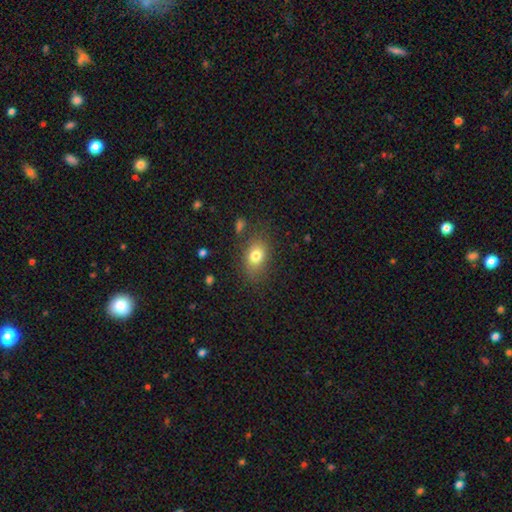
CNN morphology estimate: smooth 78%, featured or disk 11%, star or artifact 11%. Down the decision tree: how rounded — in between (72%); merging — none (75%).